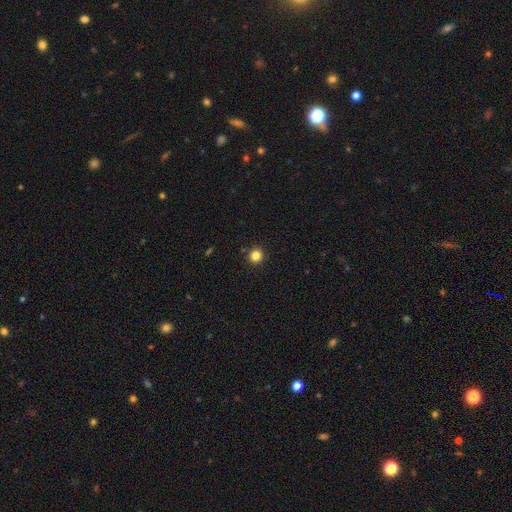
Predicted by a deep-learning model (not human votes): A smooth galaxy with no disk features (84%) that is round (91%). Merging: none (91%).